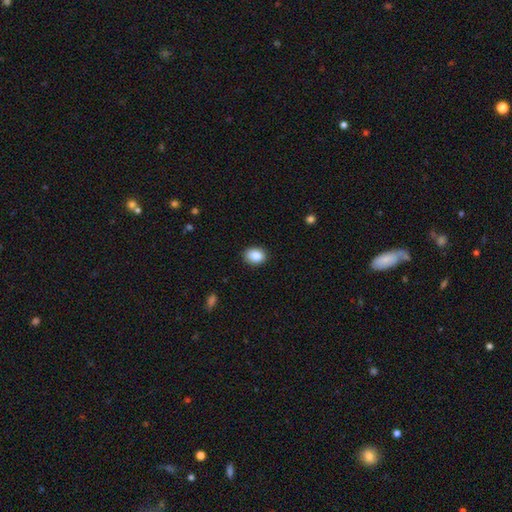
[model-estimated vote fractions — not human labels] This appears to be a smooth galaxy with no disk features (88%) that is in between round and cigar-shaped (65%). Merging: none (88%).